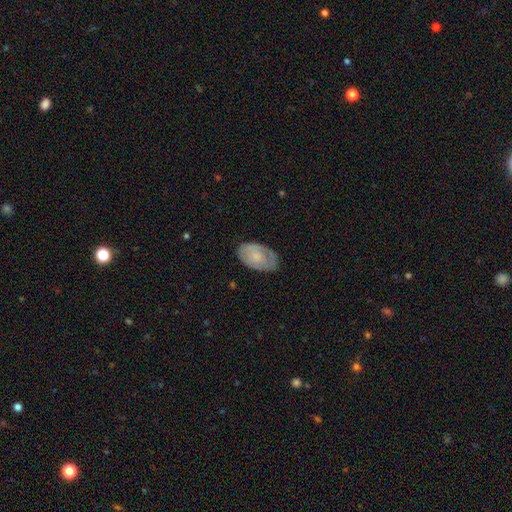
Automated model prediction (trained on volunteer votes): Morphology: type=smooth (58%); roundness=in between (92%); merging=none (74%).